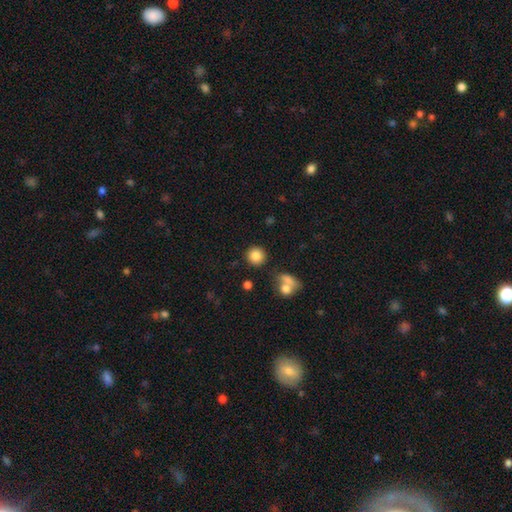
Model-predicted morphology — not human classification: smooth_or_featured: smooth (p=0.84) [alt: star or artifact p=0.10]
how_rounded: round (p=0.91) [alt: in between p=0.08]
merging: none (p=0.84) [alt: minor disturbance p=0.07]